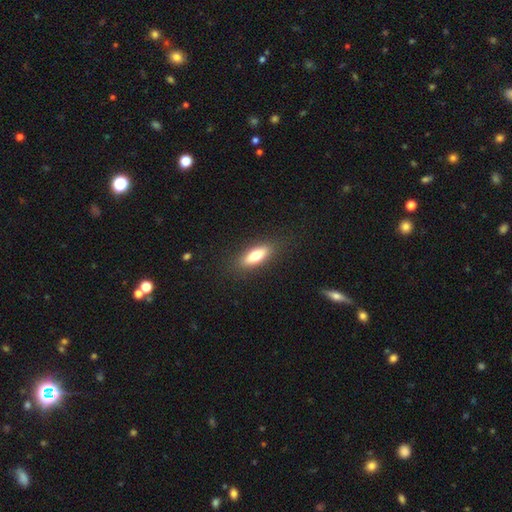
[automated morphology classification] Smooth or featured? smooth (71%)
How rounded? in between (58%)
Merging? none (86%)